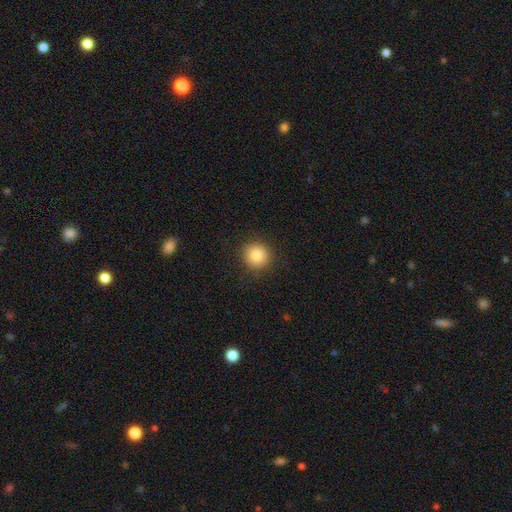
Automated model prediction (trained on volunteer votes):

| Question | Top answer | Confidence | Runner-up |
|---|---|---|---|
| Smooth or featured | smooth | 84% | star or artifact (10%) |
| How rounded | round | 94% | in between (6%) |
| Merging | none | 90% | minor disturbance (7%) |